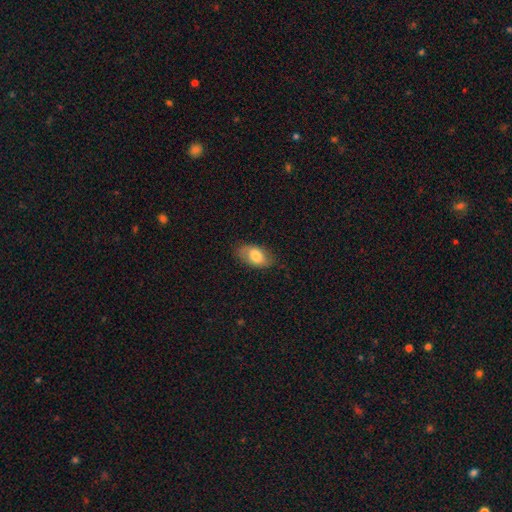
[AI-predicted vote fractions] smooth_or_featured: smooth (p=0.74) [alt: featured or disk p=0.19]
how_rounded: in between (p=0.92) [alt: round p=0.06]
merging: none (p=0.77) [alt: minor disturbance p=0.18]